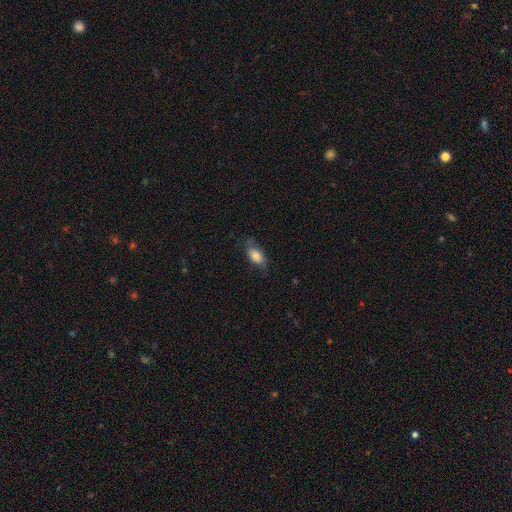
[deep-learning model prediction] smooth_or_featured: smooth (p=0.78) [alt: featured or disk p=0.14]
how_rounded: in between (p=0.88) [alt: round p=0.07]
merging: none (p=0.63) [alt: minor disturbance p=0.26]